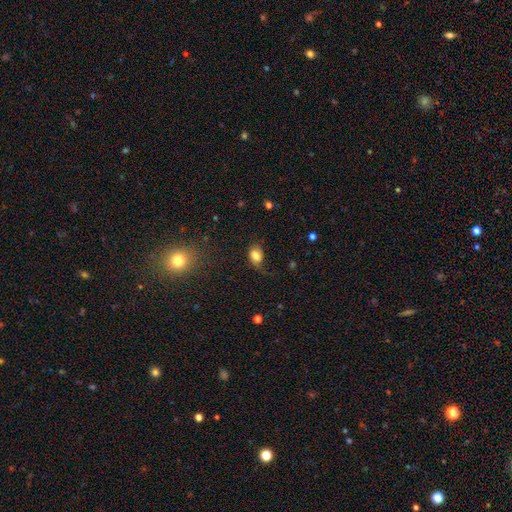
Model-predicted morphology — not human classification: A smooth galaxy with no disk features (75%) that is in between round and cigar-shaped (77%).

Vote fractions:
- Smooth or featured? smooth: 75% / featured or disk: 15% / star or artifact: 10%
- How rounded? in between: 77% / round: 21% / cigar-shaped: 2%
- Merging? none: 44% / minor disturbance: 29% / major disturbance: 24% / merger: 3%